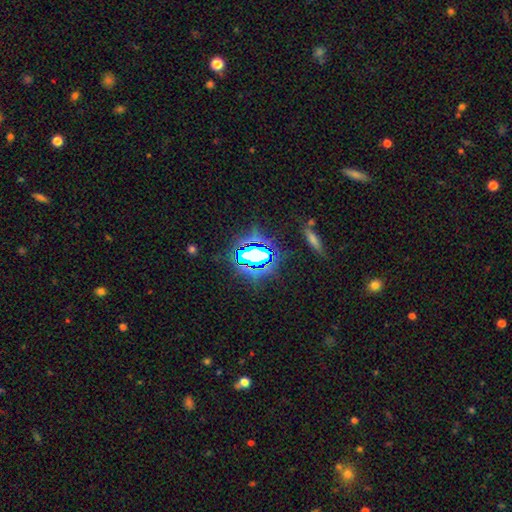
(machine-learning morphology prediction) This is likely a star or artifact rather than a galaxy (71%).